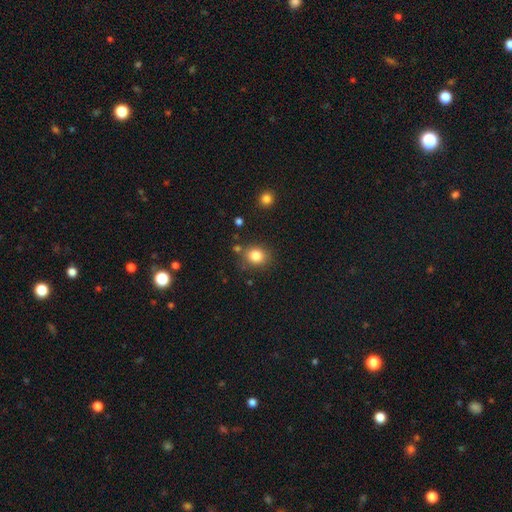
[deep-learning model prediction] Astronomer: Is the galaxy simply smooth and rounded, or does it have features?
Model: smooth — 83%.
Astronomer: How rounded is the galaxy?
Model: round — 71%.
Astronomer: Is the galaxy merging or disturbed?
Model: none — 78%.